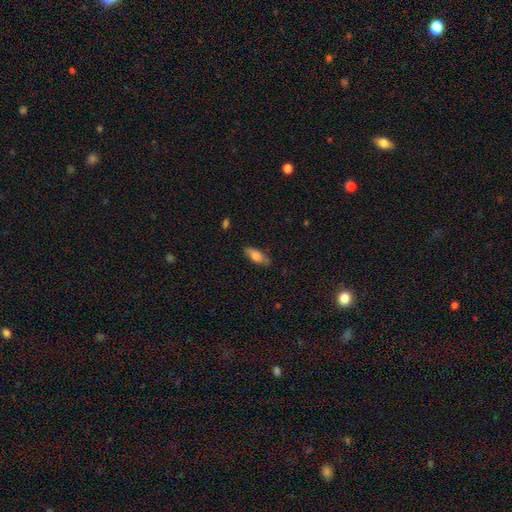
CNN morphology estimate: A smooth galaxy with no disk features (74%) that is in between round and cigar-shaped (76%).

Vote fractions:
- Smooth or featured? smooth: 74% / featured or disk: 19% / star or artifact: 7%
- How rounded? in between: 76% / cigar-shaped: 21% / round: 3%
- Merging? none: 76% / minor disturbance: 18% / major disturbance: 4% / merger: 1%